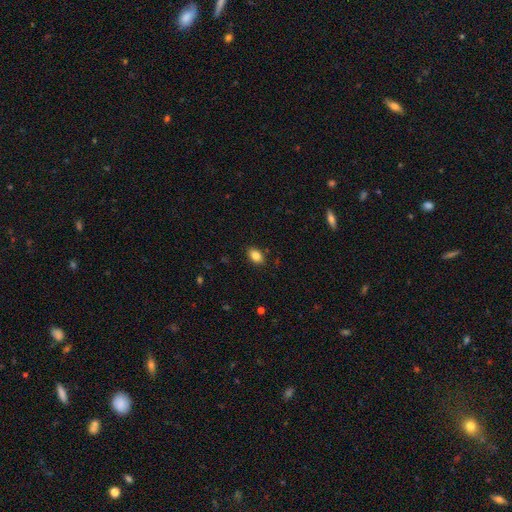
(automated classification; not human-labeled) This is clearly a smooth galaxy (85%). How rounded: clearly in between (85%). Merging: clearly none (88%).